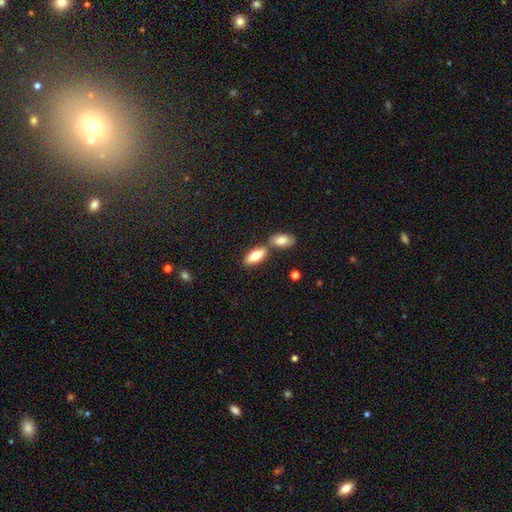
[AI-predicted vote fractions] smooth 75%, featured or disk 19%, star or artifact 6%. Down the decision tree: how rounded — in between (79%); merging — none (62%).